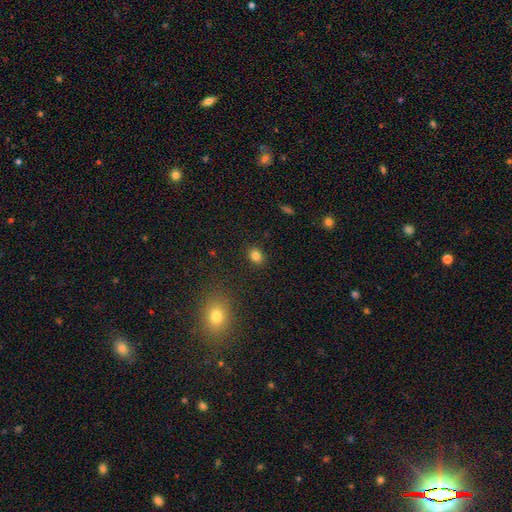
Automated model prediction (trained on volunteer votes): This is clearly a smooth galaxy (82%). How rounded: possibly in between (58%). Merging: clearly none (87%).